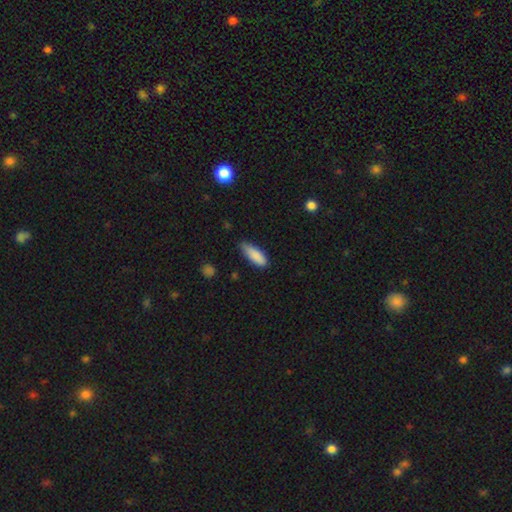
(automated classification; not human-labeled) smooth 87%, star or artifact 6%, featured or disk 6%. Down the decision tree: how rounded — in between (66%); merging — none (62%).